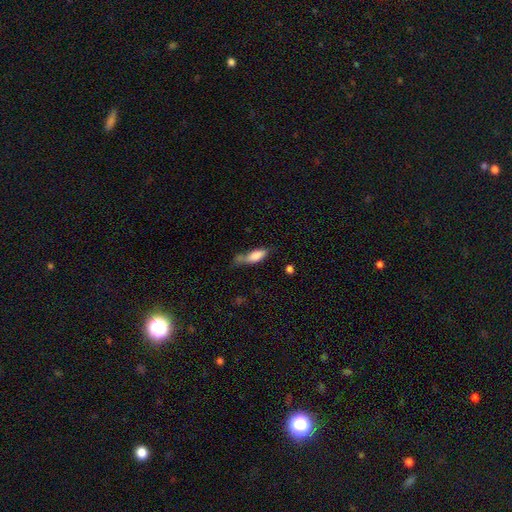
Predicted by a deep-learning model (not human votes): The model was most divided on "merging": none: 38%, minor disturbance: 31%, merger: 16%, major disturbance: 15%. More confident: smooth or featured — smooth (80%); how rounded — in between (67%).